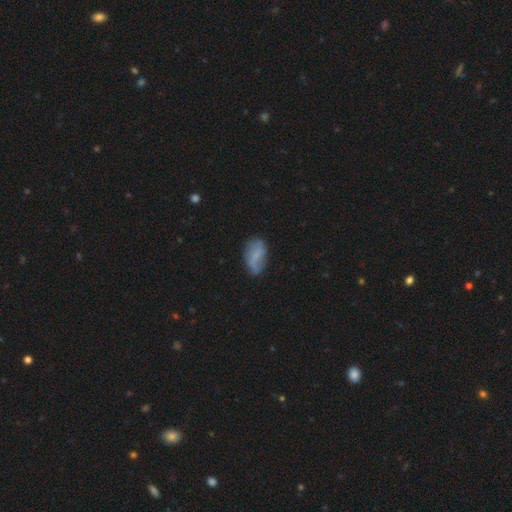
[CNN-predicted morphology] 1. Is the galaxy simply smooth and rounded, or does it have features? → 54% smooth, 37% featured or disk, 8% star or artifact.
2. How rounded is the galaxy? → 92% in between, 5% round, 3% cigar-shaped.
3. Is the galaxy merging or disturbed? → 57% none, 29% minor disturbance, 11% major disturbance, 3% merger.